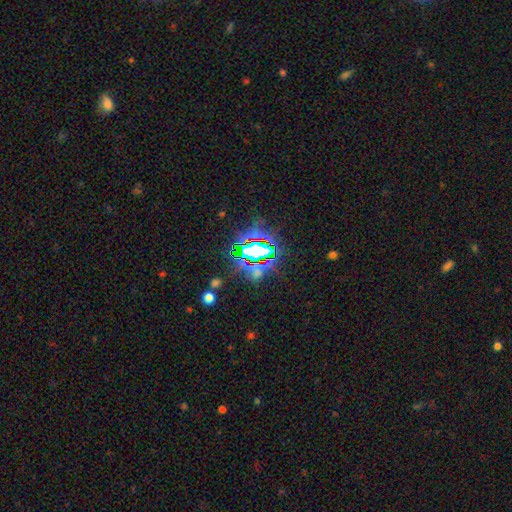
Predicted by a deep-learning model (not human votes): Smooth or featured: star or artifact — 74% (smooth — 15%)